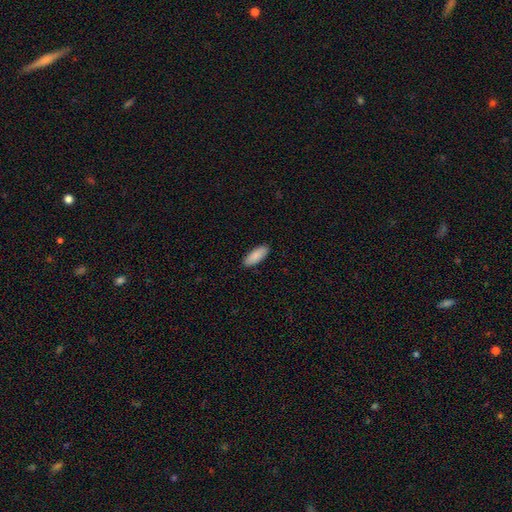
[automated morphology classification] smooth_or_featured: smooth (p=0.90) [alt: star or artifact p=0.06]
how_rounded: in between (p=0.76) [alt: cigar-shaped p=0.23]
merging: none (p=0.90) [alt: minor disturbance p=0.07]